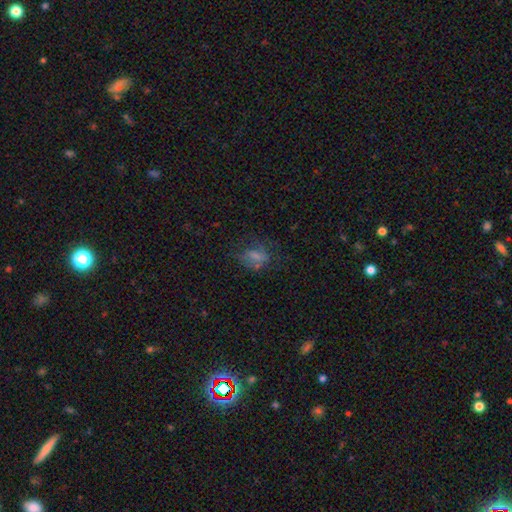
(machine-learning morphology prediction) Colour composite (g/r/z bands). It shows a smooth galaxy with no disk features (50%) that is in between round and cigar-shaped (67%). Merging: none (59%).